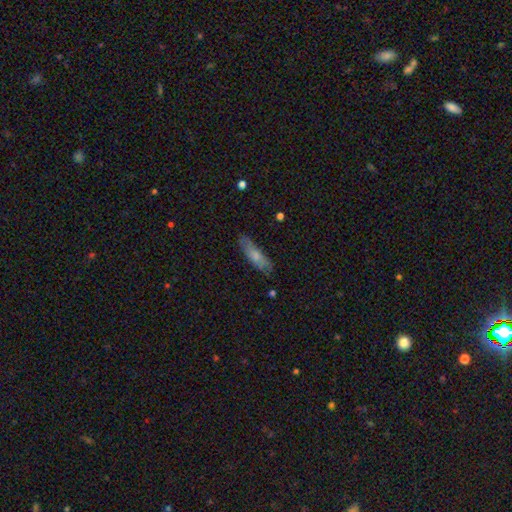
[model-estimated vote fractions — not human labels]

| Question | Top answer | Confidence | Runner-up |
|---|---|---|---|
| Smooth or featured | smooth | 67% | featured or disk (26%) |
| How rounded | cigar-shaped | 57% | in between (41%) |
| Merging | none | 74% | minor disturbance (20%) |